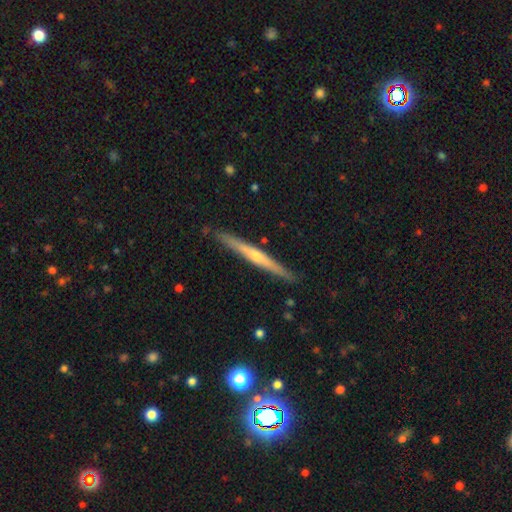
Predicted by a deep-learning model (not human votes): A featured or disk galaxy (67%) viewed edge-on (98%) with a rounded central bulge (69%). Merging: none (89%).